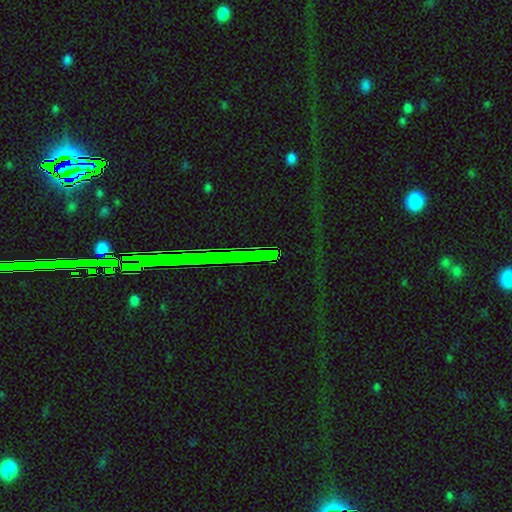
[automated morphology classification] Overall: star or artifact (75%).